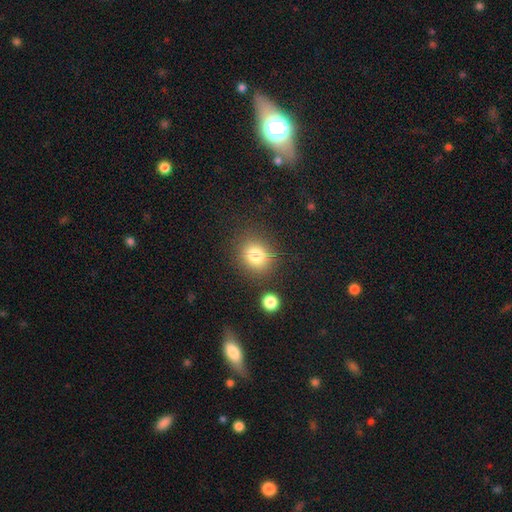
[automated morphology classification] Smooth or featured?
  - smooth: 81% *
  - star or artifact: 12%
  - featured or disk: 8%
How rounded?
  - round: 75% *
  - in between: 24%
  - cigar-shaped: 1%
Merging?
  - none: 80% *
  - minor disturbance: 10%
  - merger: 5%
  - major disturbance: 4%